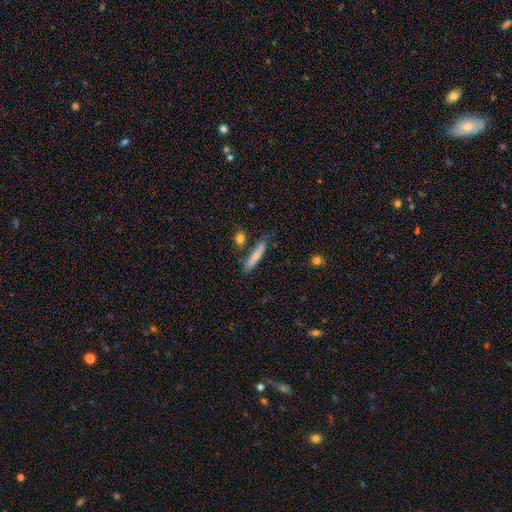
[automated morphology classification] This appears to be a smooth galaxy with no disk features (70%) that is cigar-shaped (84%). Merging: none (65%).